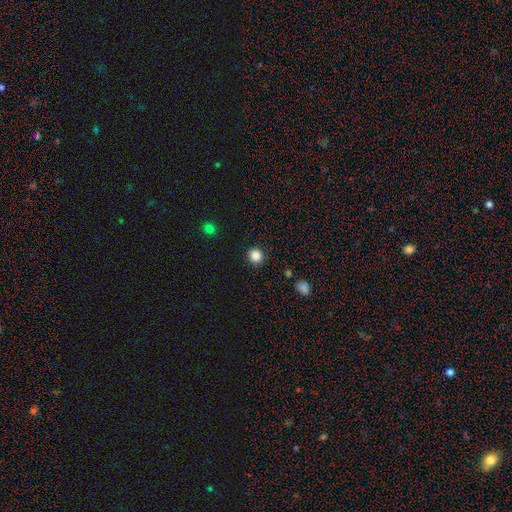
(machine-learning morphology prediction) This appears to be a smooth galaxy with no disk features (85%) that is round (93%). Merging: none (91%).